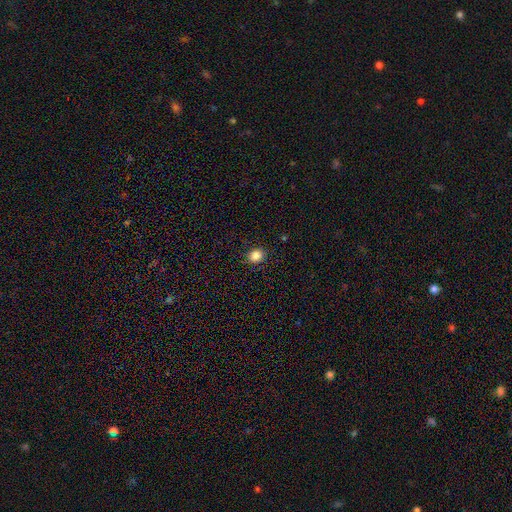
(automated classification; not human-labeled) Smooth or featured? Predicted: smooth (p=0.84). How rounded? Predicted: round (p=0.69). Merging? Predicted: none (p=0.90).